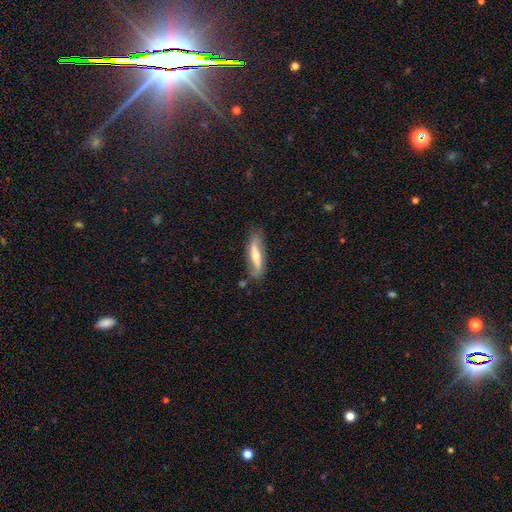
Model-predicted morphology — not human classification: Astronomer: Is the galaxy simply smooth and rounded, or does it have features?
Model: featured or disk — 56% (runner-up: smooth, 38%).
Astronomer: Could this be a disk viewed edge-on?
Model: yes — 51% (runner-up: no, 49%).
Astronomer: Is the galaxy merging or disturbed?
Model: none — 73%.